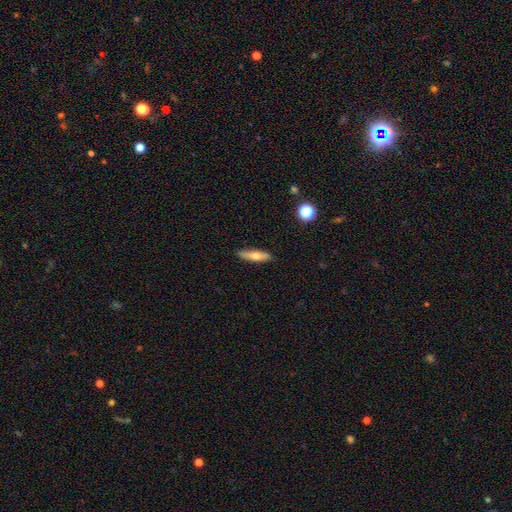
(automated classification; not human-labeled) This is possibly a smooth galaxy (58%). How rounded: likely cigar-shaped (74%). Merging: clearly none (87%).